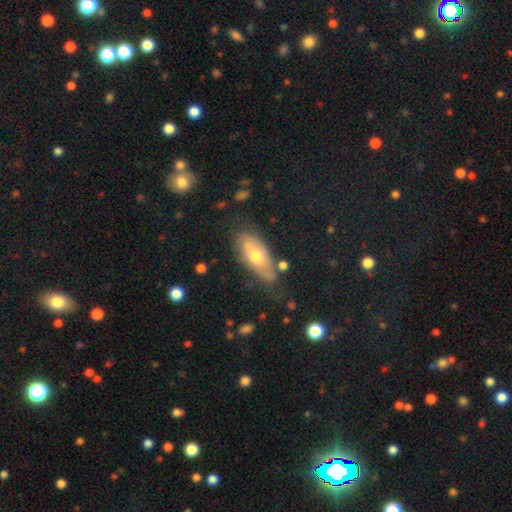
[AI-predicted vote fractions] Smooth or featured? featured or disk (45%)
Merging? none (65%)